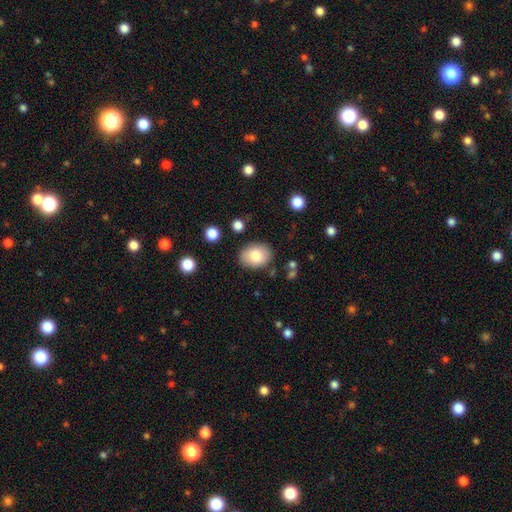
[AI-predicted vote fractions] Overall: smooth (80%). How rounded: in between (72%). Merging: none (83%).